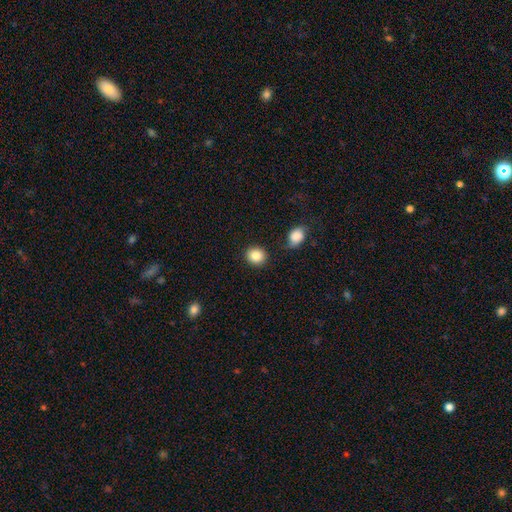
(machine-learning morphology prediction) This is clearly a smooth galaxy (86%). How rounded: likely round (78%). Merging: clearly none (85%).